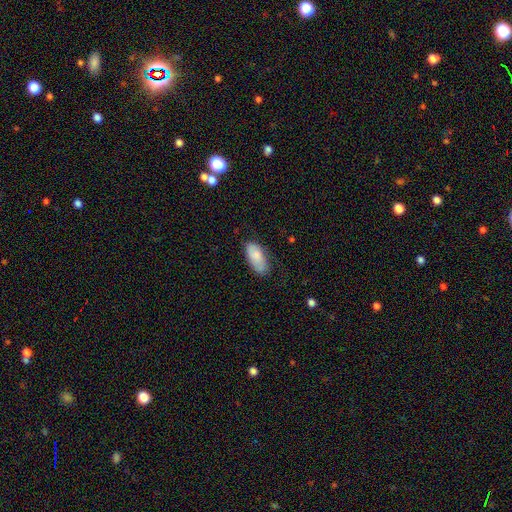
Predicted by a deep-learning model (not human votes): Morphology: type=smooth (81%); roundness=in between (92%); merging=none (68%).